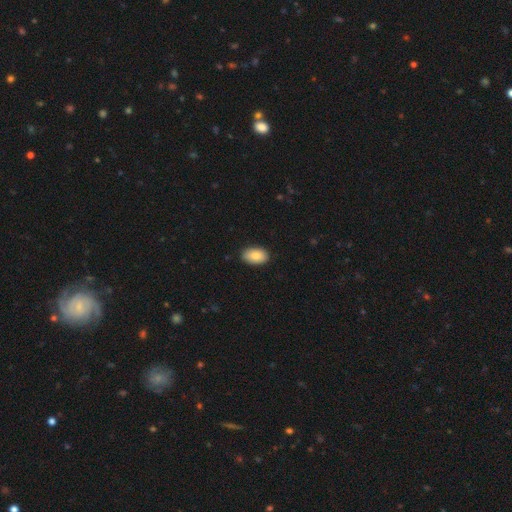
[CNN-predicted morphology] A smooth galaxy with no disk features (87%) that is in between round and cigar-shaped (93%).

Vote fractions:
- Smooth or featured? smooth: 87% / star or artifact: 7% / featured or disk: 6%
- How rounded? in between: 93% / round: 5% / cigar-shaped: 1%
- Merging? none: 88% / minor disturbance: 9% / major disturbance: 2% / merger: 1%